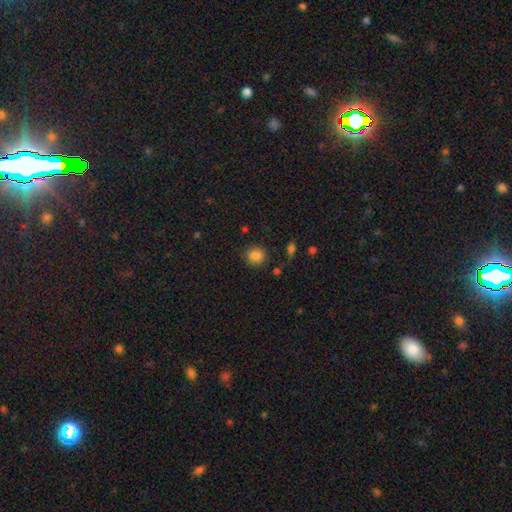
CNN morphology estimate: smooth-or-featured: smooth: 85% | star or artifact: 10% | featured or disk: 4%
  how-rounded: round: 86% | in between: 13% | cigar-shaped: 1%
  merging: none: 84% | minor disturbance: 10% | major disturbance: 3% | merger: 2%